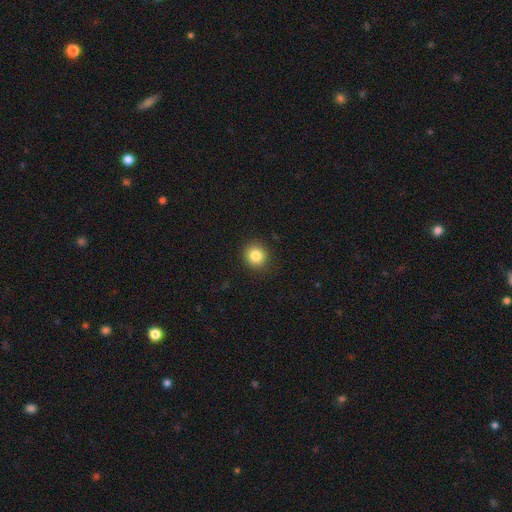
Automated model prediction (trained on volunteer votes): smooth_or_featured: smooth (p=0.84) [alt: star or artifact p=0.10]
how_rounded: round (p=0.87) [alt: in between p=0.12]
merging: none (p=0.91) [alt: minor disturbance p=0.06]